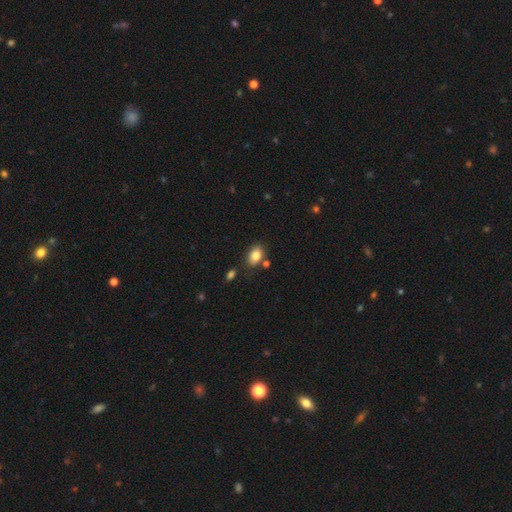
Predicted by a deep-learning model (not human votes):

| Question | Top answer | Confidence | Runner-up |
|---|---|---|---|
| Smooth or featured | smooth | 84% | star or artifact (8%) |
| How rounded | in between | 84% | round (15%) |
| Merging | none | 76% | minor disturbance (13%) |